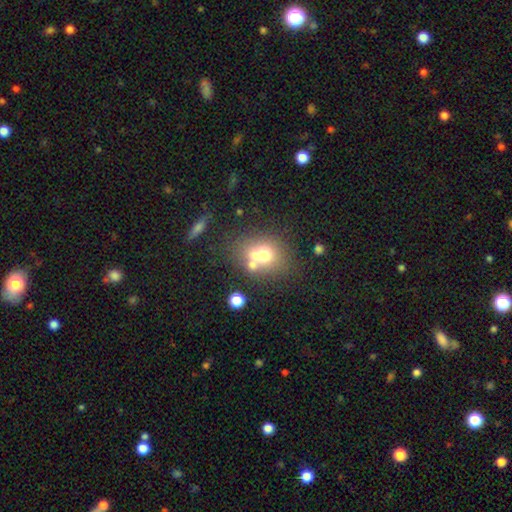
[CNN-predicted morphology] Smooth or featured?
  - smooth: 61% *
  - featured or disk: 25%
  - star or artifact: 14%
How rounded?
  - round: 68% *
  - in between: 31%
  - cigar-shaped: 1%
Merging?
  - merger: 44% *
  - none: 40%
  - minor disturbance: 10%
  - major disturbance: 6%